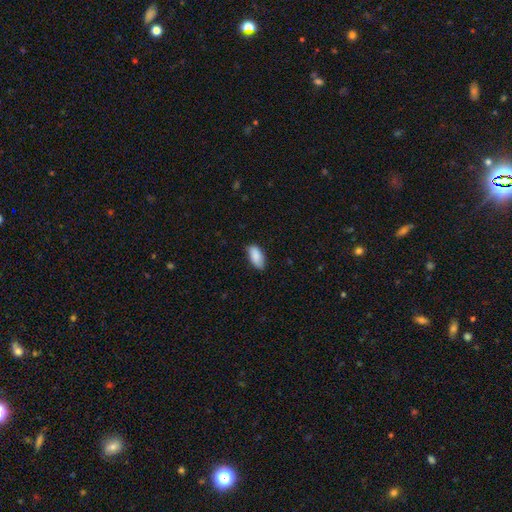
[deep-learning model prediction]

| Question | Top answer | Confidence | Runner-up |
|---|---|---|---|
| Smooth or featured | smooth | 87% | featured or disk (7%) |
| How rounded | in between | 92% | cigar-shaped (6%) |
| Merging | none | 77% | minor disturbance (19%) |